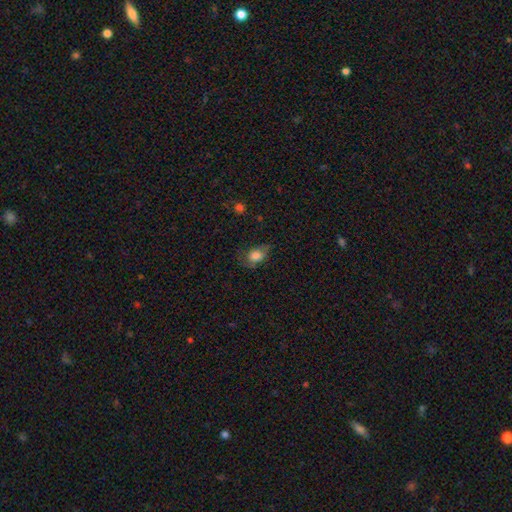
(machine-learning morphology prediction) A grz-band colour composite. It shows a smooth galaxy with no disk features (76%) that is in between round and cigar-shaped (71%). Merging: none (53%).